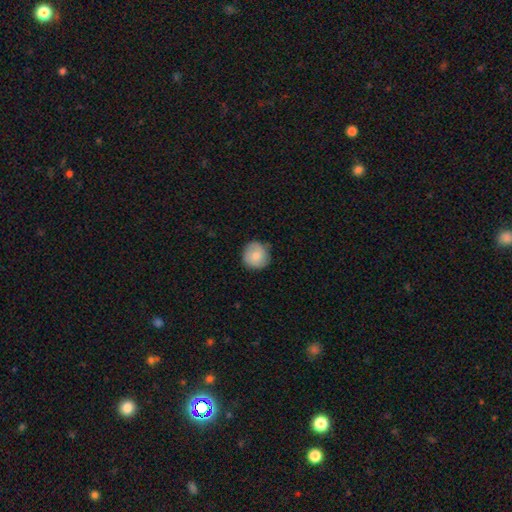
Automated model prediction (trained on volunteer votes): Smooth or featured? smooth (76%)
How rounded? round (93%)
Merging? none (82%)